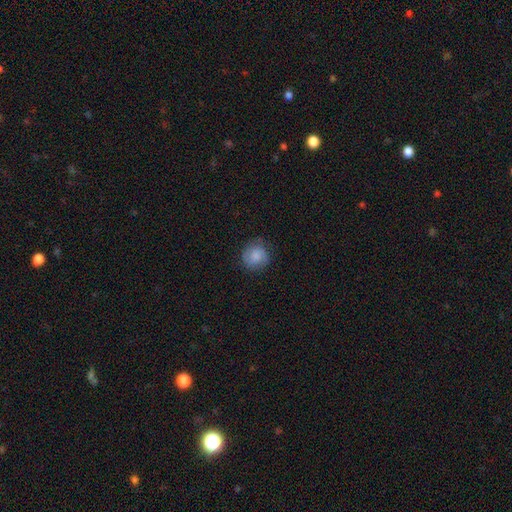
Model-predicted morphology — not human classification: Q: Smooth or featured?
A: smooth (73%); runner-up: featured or disk (19%)
Q: How rounded?
A: round (86%); runner-up: in between (13%)
Q: Merging?
A: none (76%); runner-up: minor disturbance (17%)